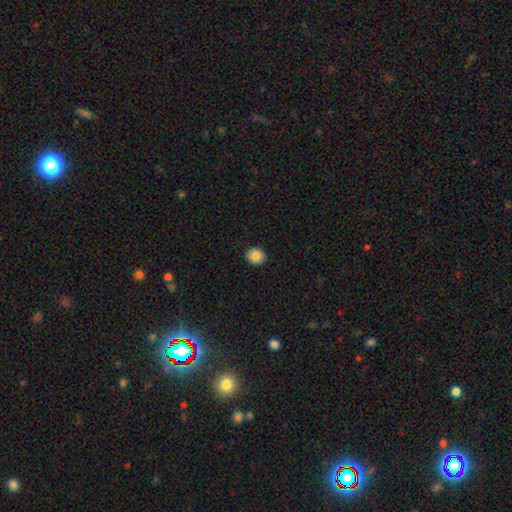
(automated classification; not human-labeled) A smooth galaxy with no disk features (84%) that is round (74%).

Vote fractions:
- Smooth or featured? smooth: 84% / star or artifact: 9% / featured or disk: 7%
- How rounded? round: 74% / in between: 25% / cigar-shaped: 1%
- Merging? none: 91% / minor disturbance: 7% / major disturbance: 2% / merger: 1%